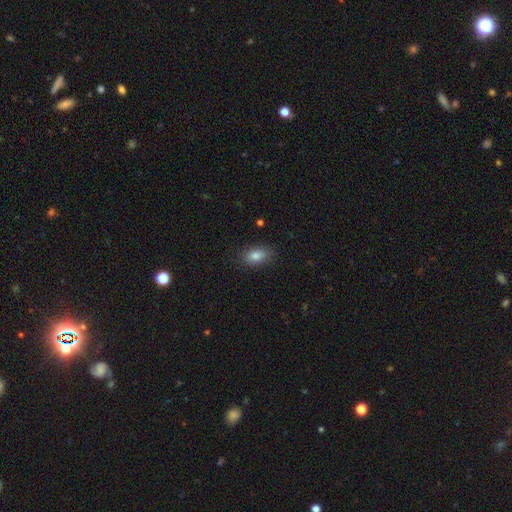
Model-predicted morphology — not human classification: This appears to be a smooth galaxy with no disk features (84%) that is in between round and cigar-shaped (88%). Merging: none (85%).